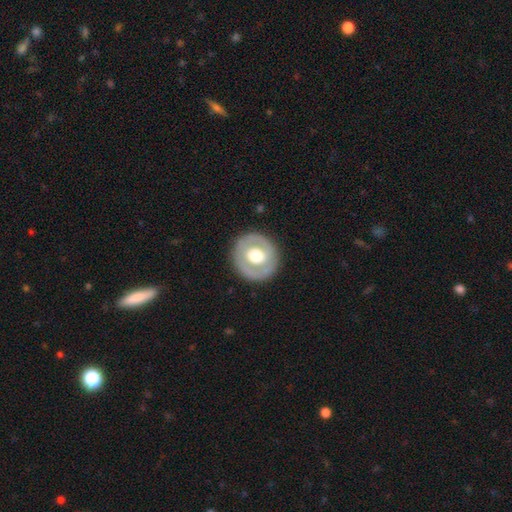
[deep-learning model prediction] Smooth or featured?
  - featured or disk: 49% *
  - smooth: 45%
  - star or artifact: 5%
Merging?
  - none: 86% *
  - minor disturbance: 9%
  - major disturbance: 4%
  - merger: 1%